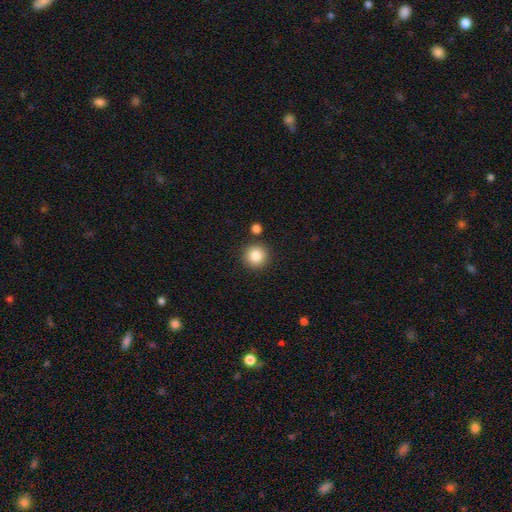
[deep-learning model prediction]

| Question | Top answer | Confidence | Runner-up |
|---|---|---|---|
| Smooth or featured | smooth | 85% | star or artifact (10%) |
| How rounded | round | 94% | in between (5%) |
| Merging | none | 87% | minor disturbance (6%) |